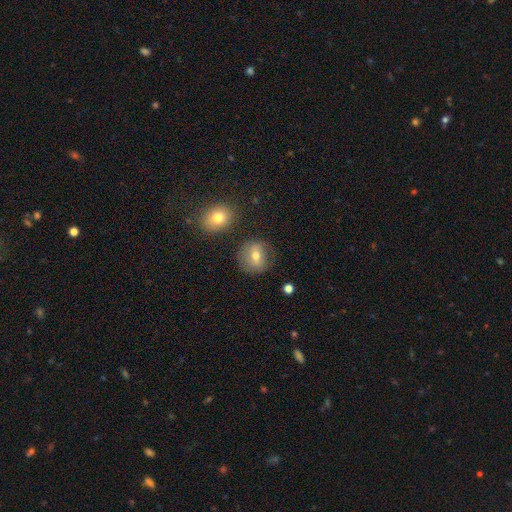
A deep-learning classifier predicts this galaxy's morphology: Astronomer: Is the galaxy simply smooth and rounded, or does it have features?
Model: smooth — 65%.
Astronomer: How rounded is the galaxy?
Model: round — 79%.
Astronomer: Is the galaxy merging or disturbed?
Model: none — 76%.